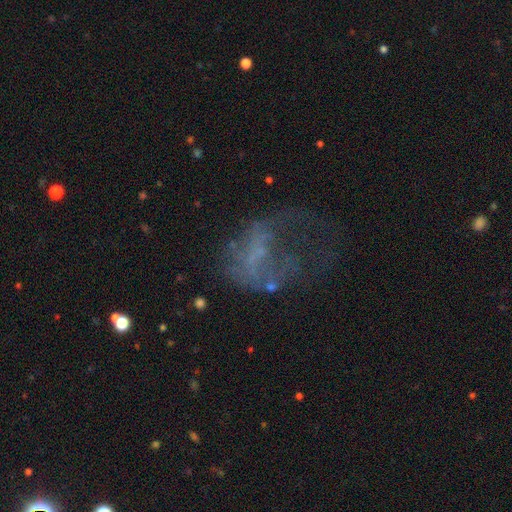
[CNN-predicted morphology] smooth_or_featured: featured or disk (p=0.50) [alt: smooth p=0.25]
merging: major disturbance (p=0.54) [alt: none p=0.26]